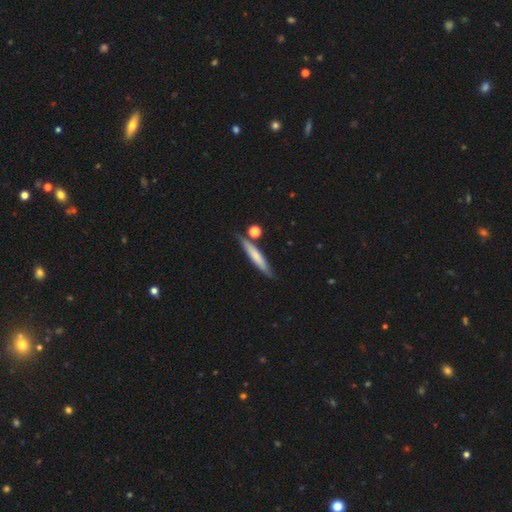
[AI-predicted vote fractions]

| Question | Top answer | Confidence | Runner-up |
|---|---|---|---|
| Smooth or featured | smooth | 60% | featured or disk (34%) |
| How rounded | cigar-shaped | 91% | in between (7%) |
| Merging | none | 75% | minor disturbance (14%) |